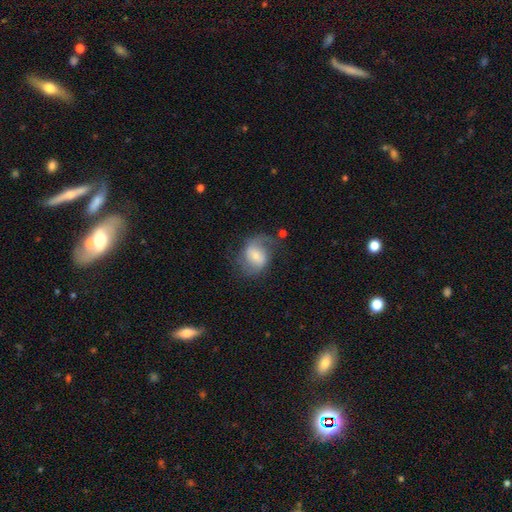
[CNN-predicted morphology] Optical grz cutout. It shows a featured or disk galaxy (55%) with a weak bar (42%), spiral arms (83%) and a small central bulge (47%). Merging: none (51%).